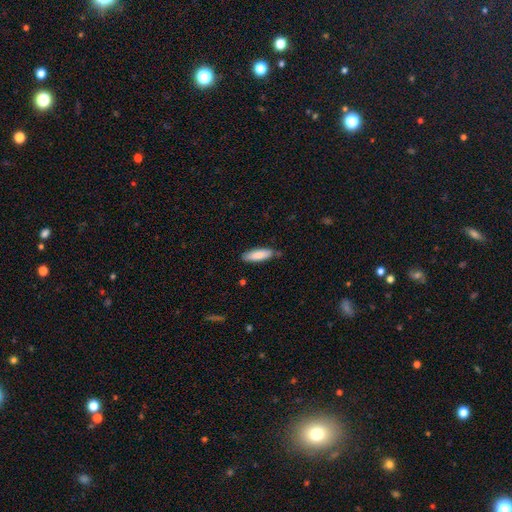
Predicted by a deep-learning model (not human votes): This appears to be a smooth galaxy with no disk features (84%) that is cigar-shaped (51%). Merging: none (79%).